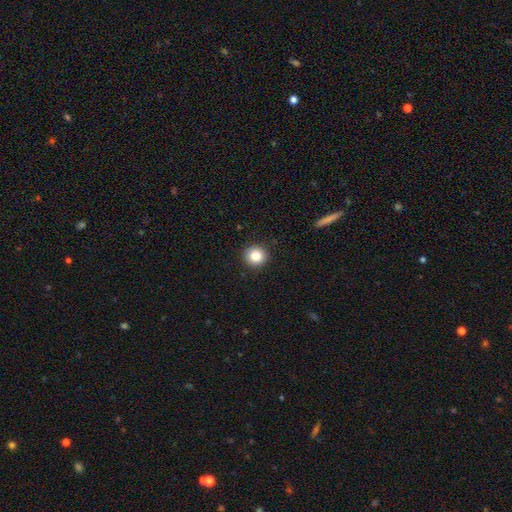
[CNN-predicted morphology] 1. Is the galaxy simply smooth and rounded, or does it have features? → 85% smooth, 10% star or artifact, 5% featured or disk.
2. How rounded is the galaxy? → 93% round, 6% in between, 1% cigar-shaped.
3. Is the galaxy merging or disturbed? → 92% none, 5% minor disturbance, 2% major disturbance, 1% merger.